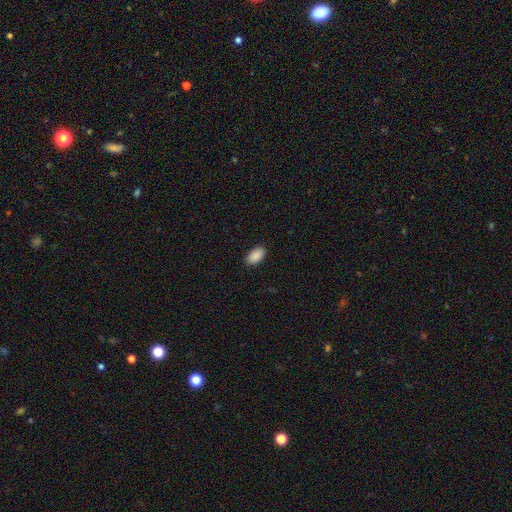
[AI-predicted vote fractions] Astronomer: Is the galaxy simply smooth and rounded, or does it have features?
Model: smooth — 90%.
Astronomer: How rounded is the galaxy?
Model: in between — 95%.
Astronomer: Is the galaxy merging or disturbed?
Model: none — 89%.